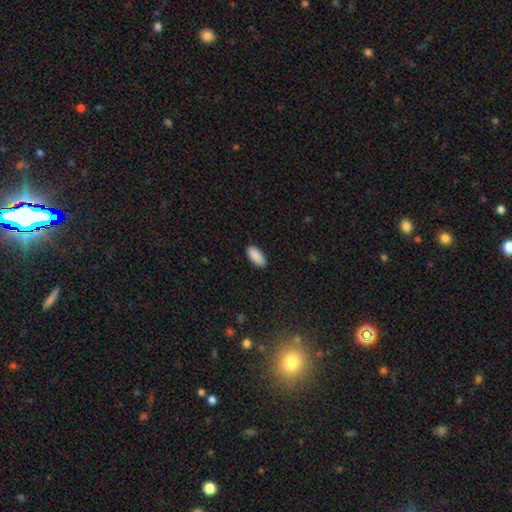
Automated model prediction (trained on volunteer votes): smooth_or_featured: smooth (p=0.91) [alt: star or artifact p=0.06]
how_rounded: in between (p=0.92) [alt: cigar-shaped p=0.06]
merging: none (p=0.89) [alt: minor disturbance p=0.08]